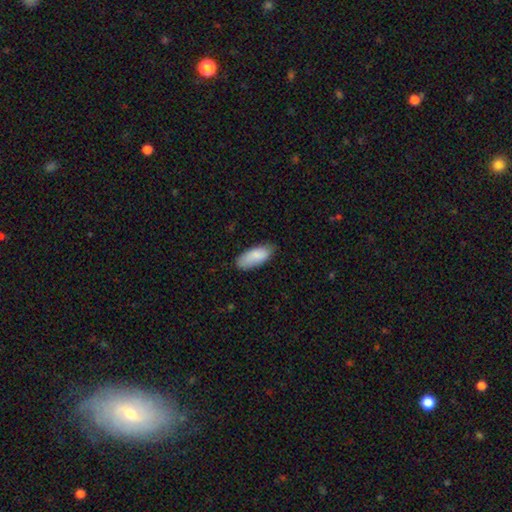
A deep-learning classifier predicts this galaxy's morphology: smooth-or-featured: smooth: 86% | featured or disk: 8% | star or artifact: 6%
  how-rounded: in between: 83% | cigar-shaped: 15% | round: 2%
  merging: none: 75% | minor disturbance: 21% | major disturbance: 3% | merger: 1%